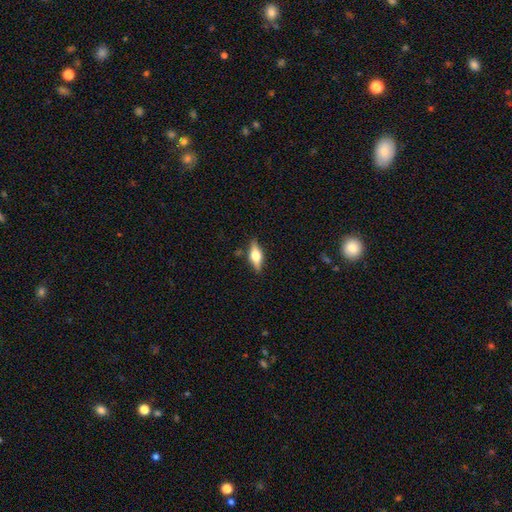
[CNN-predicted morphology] Smooth or featured: featured or disk — 53% (smooth — 41%)
Edge-on disk: yes — 92% (no — 8%)
Merging: none — 85% (minor disturbance — 11%)